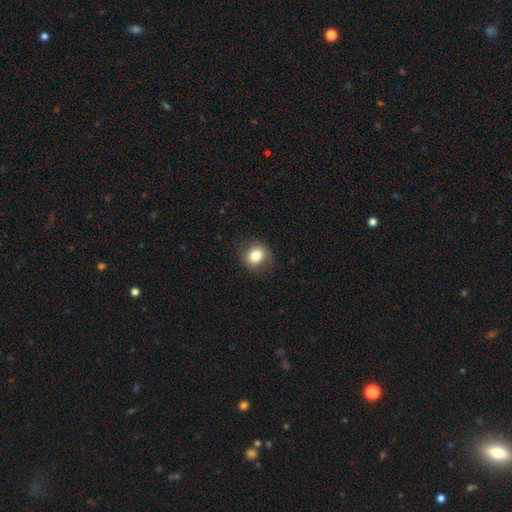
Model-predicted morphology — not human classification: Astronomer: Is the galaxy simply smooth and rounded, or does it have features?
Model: smooth — 81%.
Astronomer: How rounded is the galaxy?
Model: round — 71%.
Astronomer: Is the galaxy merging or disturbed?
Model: none — 84%.